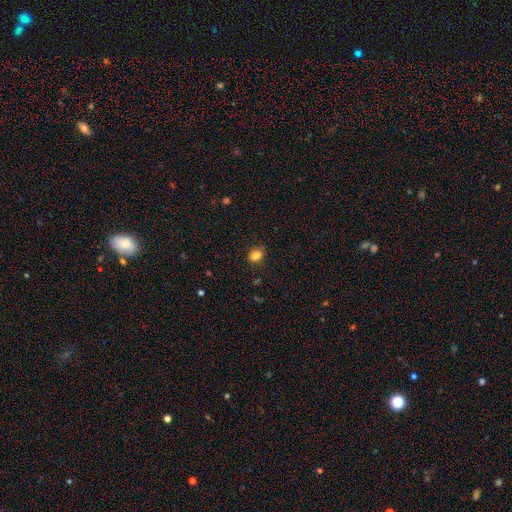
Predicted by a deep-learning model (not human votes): Smooth or featured? Predicted: smooth (p=0.83). How rounded? Predicted: in between (p=0.67). Merging? Predicted: none (p=0.80).